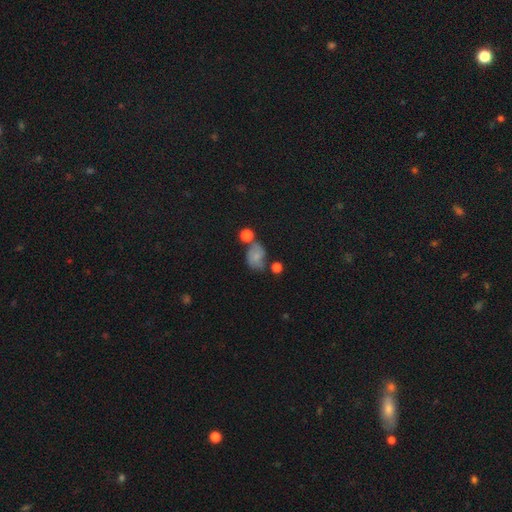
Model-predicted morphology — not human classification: A smooth galaxy with no disk features (57%) that is in between round and cigar-shaped (66%). Merging: none (44%).